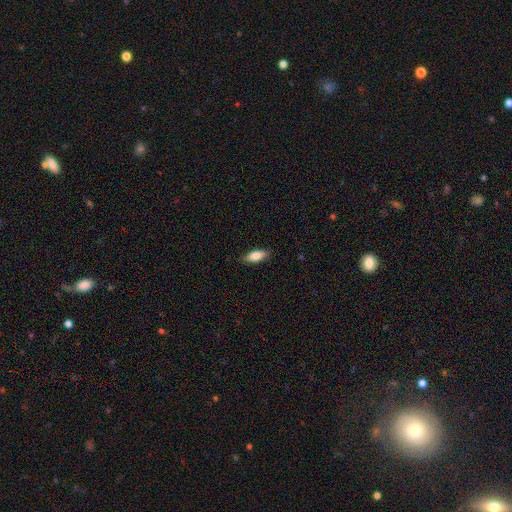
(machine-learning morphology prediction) Smooth or featured?
  - smooth: 82% *
  - featured or disk: 12%
  - star or artifact: 6%
How rounded?
  - in between: 81% *
  - cigar-shaped: 17%
  - round: 2%
Merging?
  - none: 86% *
  - minor disturbance: 11%
  - major disturbance: 2%
  - merger: 1%